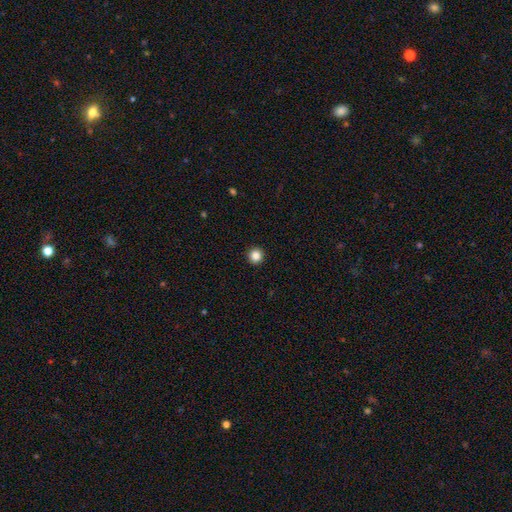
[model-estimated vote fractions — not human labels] Smooth or featured?
  - smooth: 85% *
  - star or artifact: 11%
  - featured or disk: 4%
How rounded?
  - round: 94% *
  - in between: 5%
  - cigar-shaped: 1%
Merging?
  - none: 93% *
  - minor disturbance: 4%
  - major disturbance: 1%
  - merger: 1%